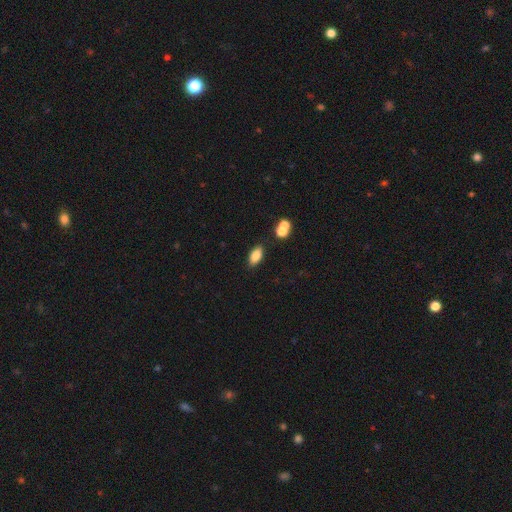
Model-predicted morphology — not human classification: Smooth or featured? smooth (82%)
How rounded? in between (89%)
Merging? none (82%)